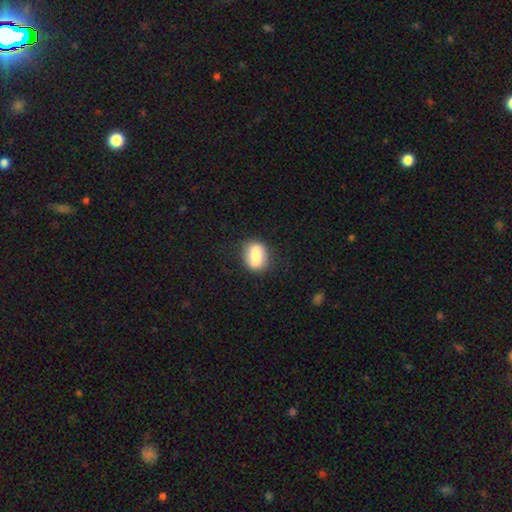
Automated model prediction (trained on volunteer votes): Morphology: type=smooth (67%); roundness=in between (67%); merging=none (81%).